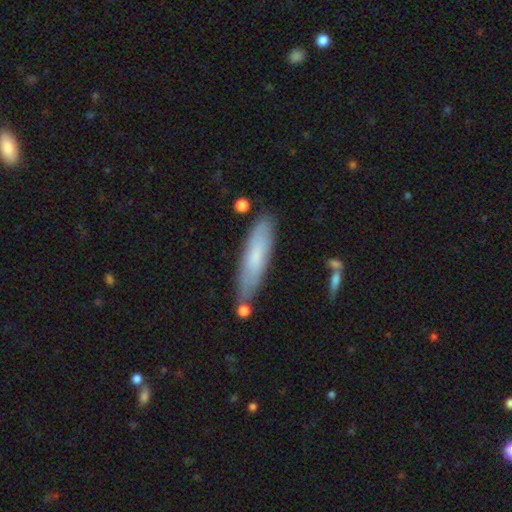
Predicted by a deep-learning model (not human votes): smooth 69%, featured or disk 25%, star or artifact 6%. Down the decision tree: how rounded — cigar-shaped (73%); merging — none (78%).